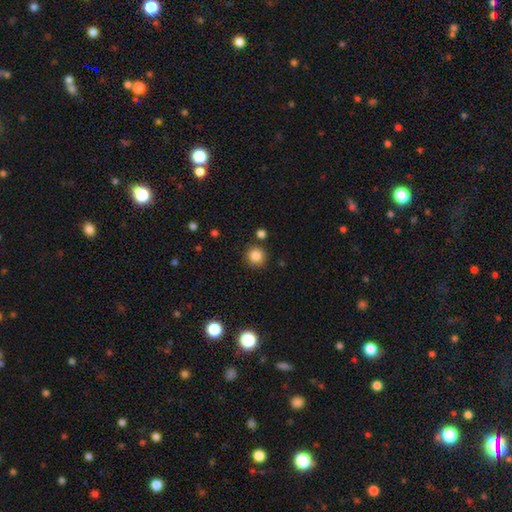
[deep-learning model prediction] The model was most divided on "smooth or featured": smooth: 85%, star or artifact: 11%, featured or disk: 4%. More confident: how rounded — round (93%); merging — none (84%).